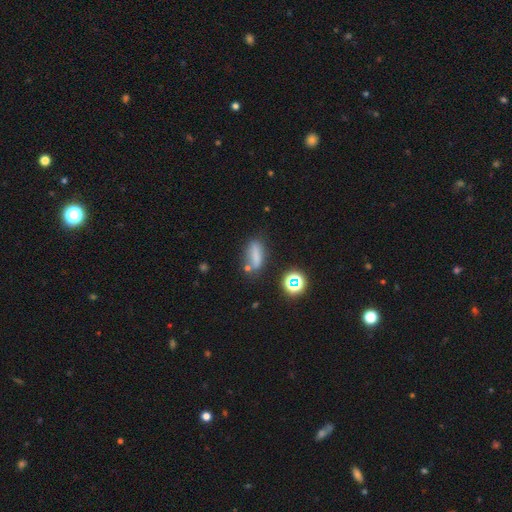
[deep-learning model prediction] A smooth galaxy with no disk features (69%) that is in between round and cigar-shaped (53%). Merging: none (61%).